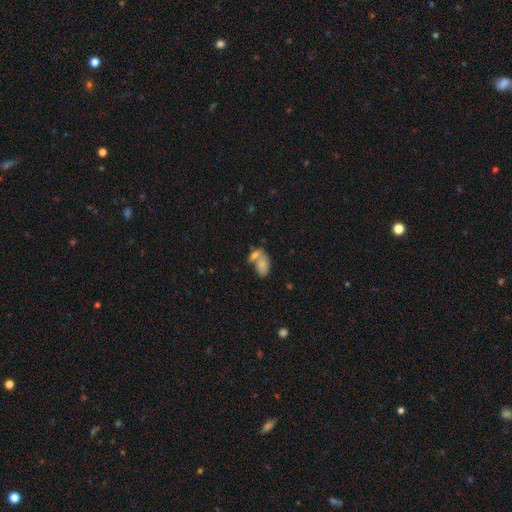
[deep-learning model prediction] This is likely a smooth galaxy (74%). How rounded: clearly in between (87%). Merging: possibly merger (58%).